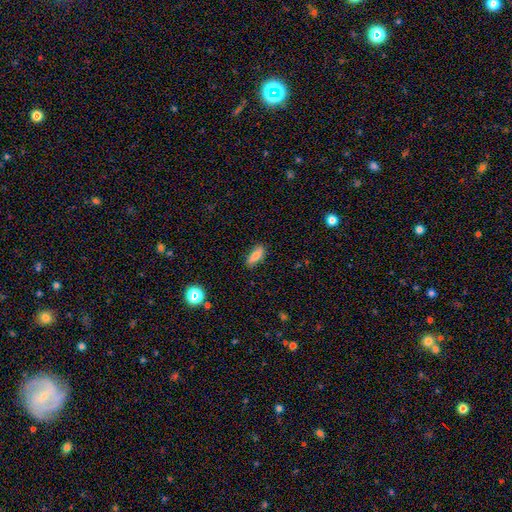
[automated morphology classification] A smooth galaxy with no disk features (77%) that is in between round and cigar-shaped (75%). Merging: none (82%).